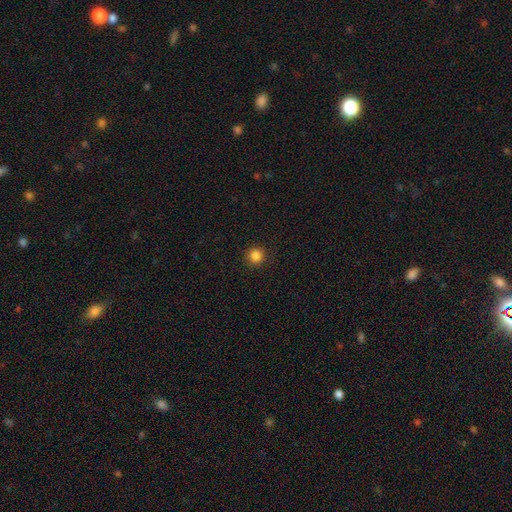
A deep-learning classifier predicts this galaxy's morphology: A smooth galaxy with no disk features (85%) that is round (95%). Merging: none (92%).